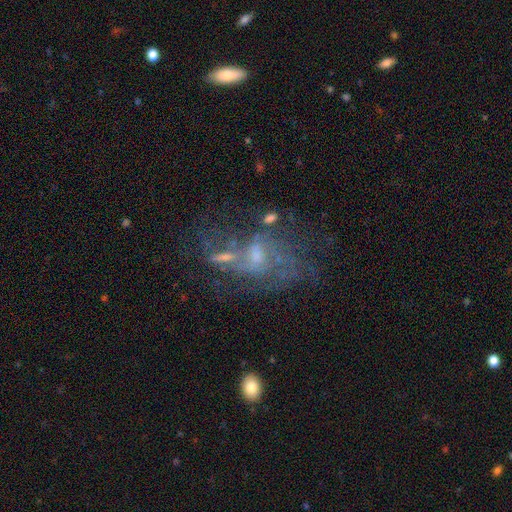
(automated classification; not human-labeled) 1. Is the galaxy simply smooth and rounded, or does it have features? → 63% featured or disk, 19% star or artifact, 17% smooth.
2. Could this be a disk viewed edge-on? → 95% no, 5% yes.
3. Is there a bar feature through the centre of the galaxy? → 64% no, 29% weak, 7% strong.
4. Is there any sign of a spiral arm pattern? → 55% yes, 45% no.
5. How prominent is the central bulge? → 52% small, 28% moderate, 16% none, 3% large, 1% dominant.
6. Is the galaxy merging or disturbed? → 40% none, 24% major disturbance, 20% merger, 16% minor disturbance.